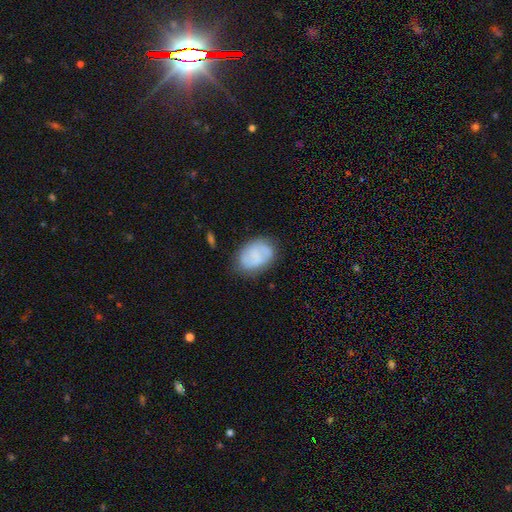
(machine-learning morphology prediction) The model was most divided on "smooth or featured": smooth: 49%, featured or disk: 44%, star or artifact: 8%. More confident: merging — none (76%).